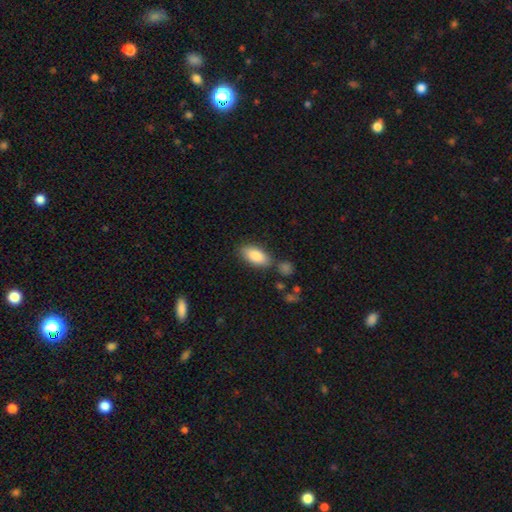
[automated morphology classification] A smooth galaxy with no disk features (85%) that is in between round and cigar-shaped (90%). Merging: none (75%).